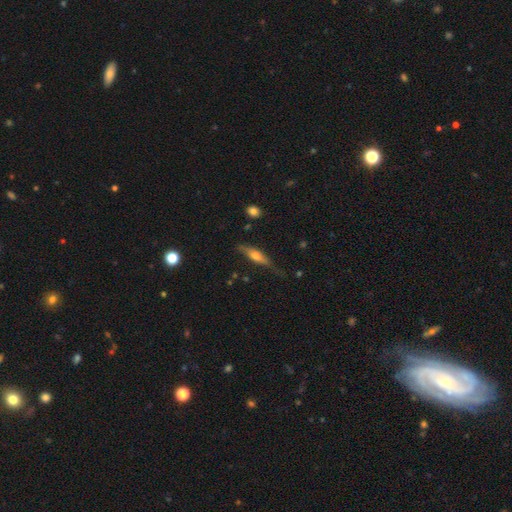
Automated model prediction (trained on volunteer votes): Smooth or featured? featured or disk (52%)
Edge-on disk? yes (88%)
Merging? none (64%)